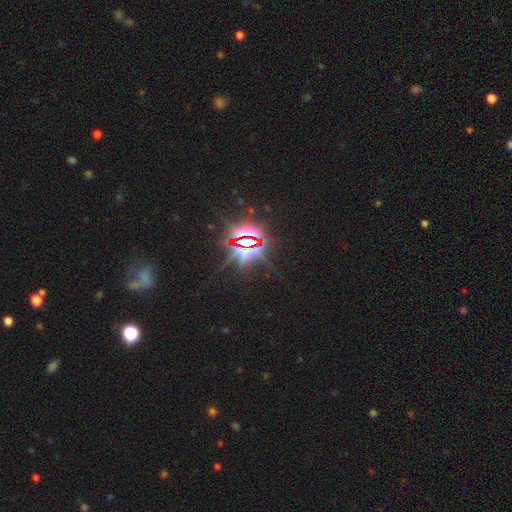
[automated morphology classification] Smooth or featured: star or artifact — 85% (featured or disk — 8%)